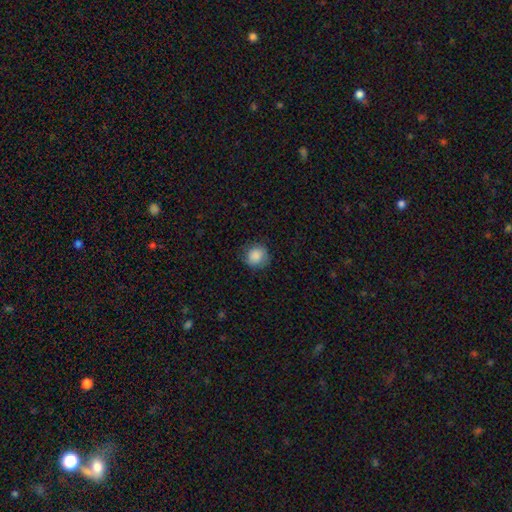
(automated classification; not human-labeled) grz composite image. It shows a smooth galaxy with no disk features (87%) that is round (87%). Merging: none (81%).